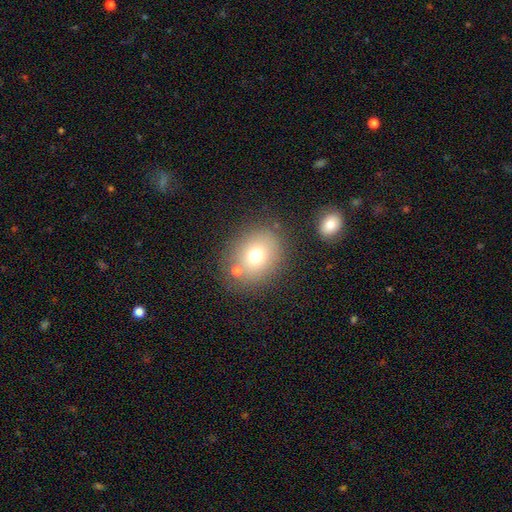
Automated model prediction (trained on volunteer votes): Smooth or featured?
  - smooth: 70% *
  - featured or disk: 15%
  - star or artifact: 14%
How rounded?
  - round: 57% *
  - in between: 42%
  - cigar-shaped: 1%
Merging?
  - none: 72% *
  - minor disturbance: 12%
  - merger: 10%
  - major disturbance: 5%